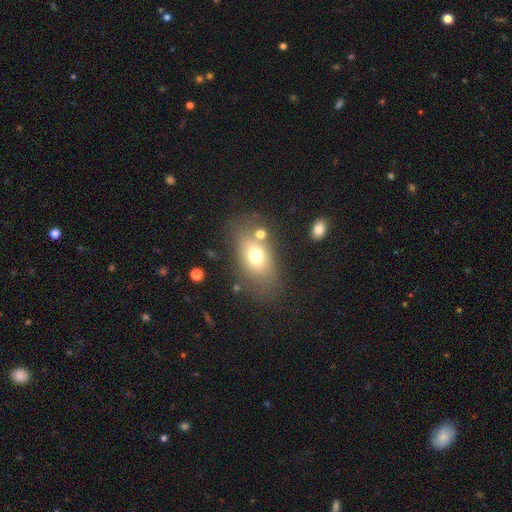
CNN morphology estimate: Overall: smooth (69%). How rounded: in between (78%). Merging: none (64%).